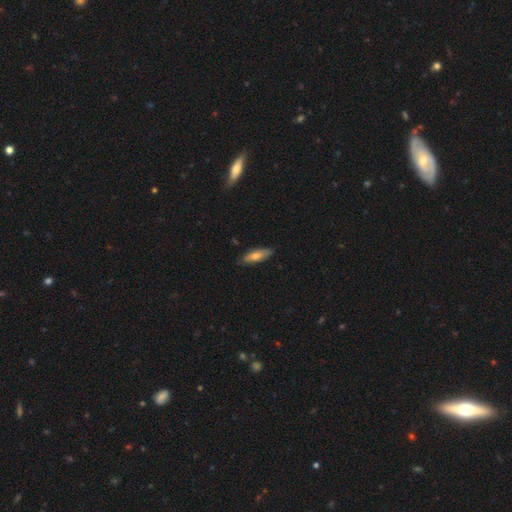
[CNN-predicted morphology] This appears to be a smooth galaxy with no disk features (65%) that is in between round and cigar-shaped (52%). Merging: none (82%).